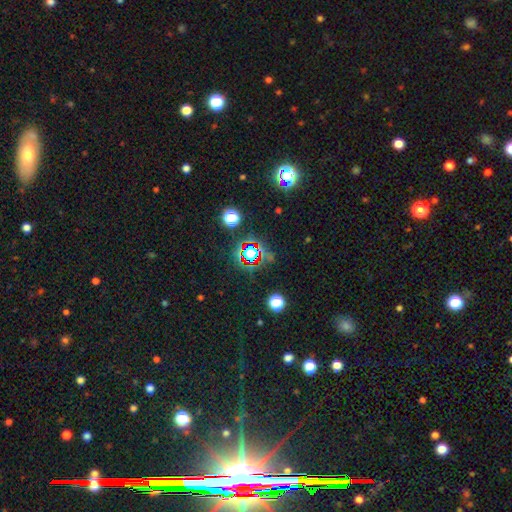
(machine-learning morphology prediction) smooth-or-featured: star or artifact: 76% | smooth: 15% | featured or disk: 9%